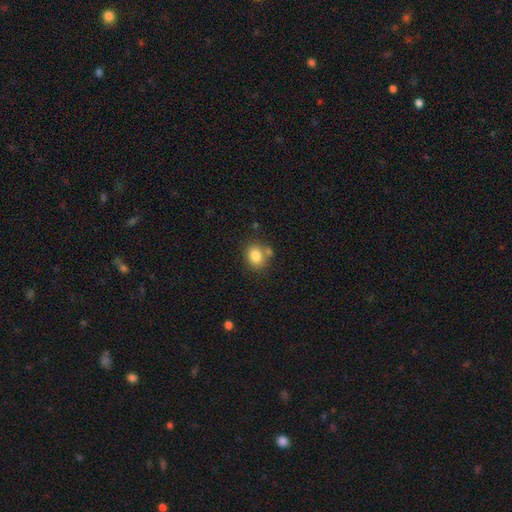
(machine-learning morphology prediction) Q: Smooth or featured?
A: smooth (83%); runner-up: star or artifact (9%)
Q: How rounded?
A: round (54%); runner-up: in between (45%)
Q: Merging?
A: none (64%); runner-up: merger (17%)